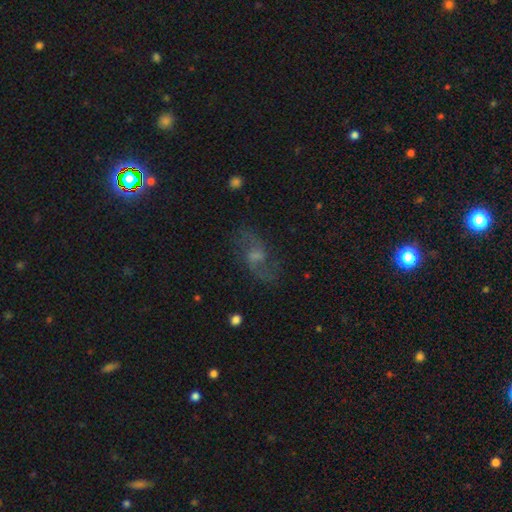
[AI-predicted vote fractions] featured or disk 71%, smooth 16%, star or artifact 13%. Down the decision tree: edge-on disk — no (94%); bar — weak (49%); spiral arms — yes (91%); spiral arm count — 2 (89%); spiral winding — loose (57%); bulge size — moderate (40%); merging — none (75%).